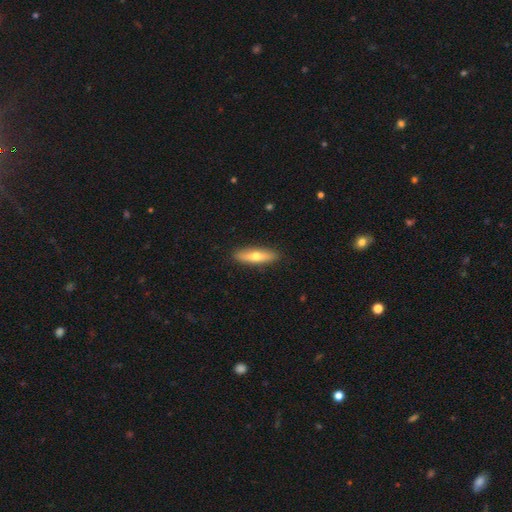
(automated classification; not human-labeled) A smooth galaxy with no disk features (54%) that is cigar-shaped (67%).

Vote fractions:
- Smooth or featured? smooth: 54% / featured or disk: 40% / star or artifact: 6%
- How rounded? cigar-shaped: 67% / in between: 31% / round: 2%
- Merging? none: 89% / minor disturbance: 8% / major disturbance: 2% / merger: 1%